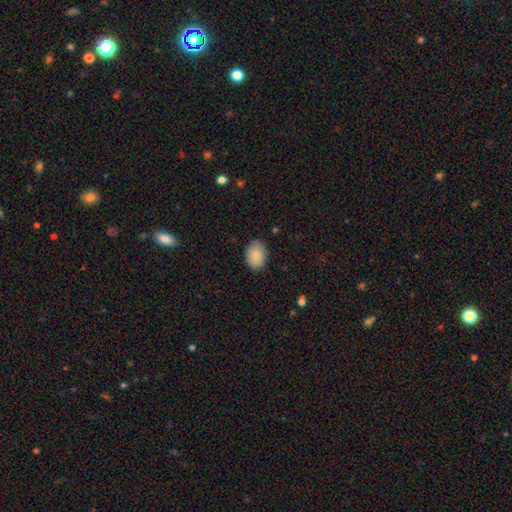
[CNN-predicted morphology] This is clearly a smooth galaxy (86%). How rounded: clearly in between (82%). Merging: clearly none (86%).